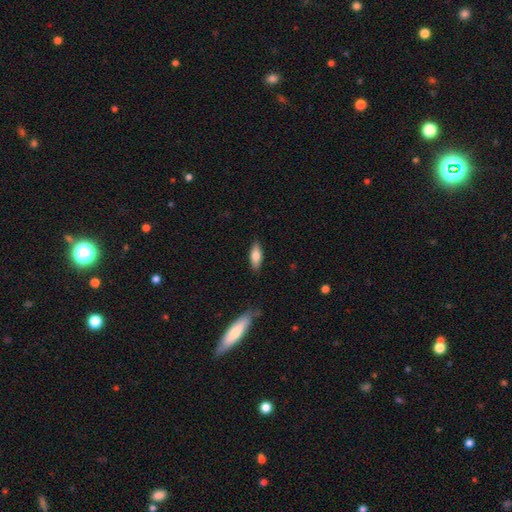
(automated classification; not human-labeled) Q: Smooth or featured?
A: smooth (74%); runner-up: featured or disk (20%)
Q: How rounded?
A: in between (68%); runner-up: cigar-shaped (30%)
Q: Merging?
A: none (84%); runner-up: minor disturbance (12%)